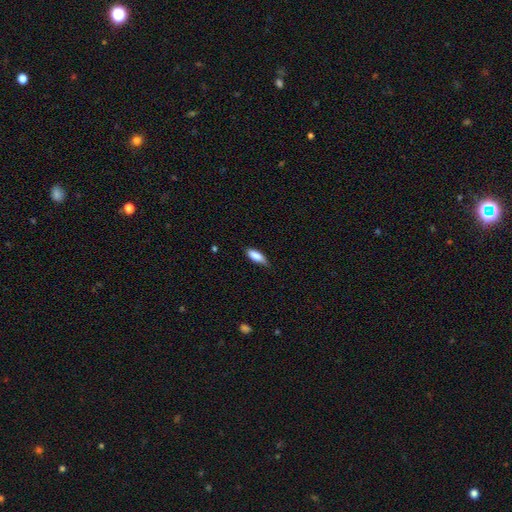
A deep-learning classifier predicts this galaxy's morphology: Smooth or featured: smooth — 85% (featured or disk — 9%)
How rounded: in between — 71% (cigar-shaped — 27%)
Merging: none — 67% (minor disturbance — 28%)